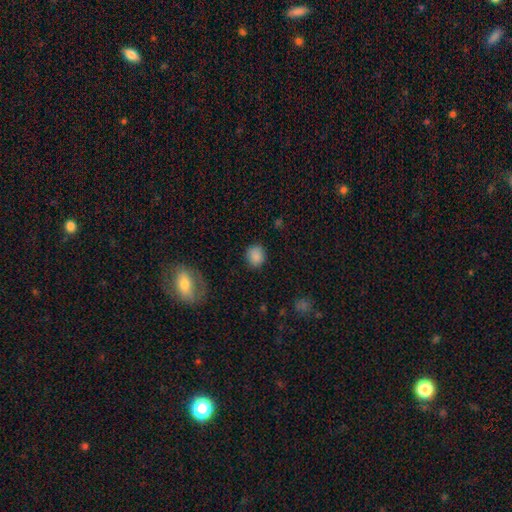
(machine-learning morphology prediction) Smooth or featured? smooth (86%)
How rounded? round (72%)
Merging? none (86%)